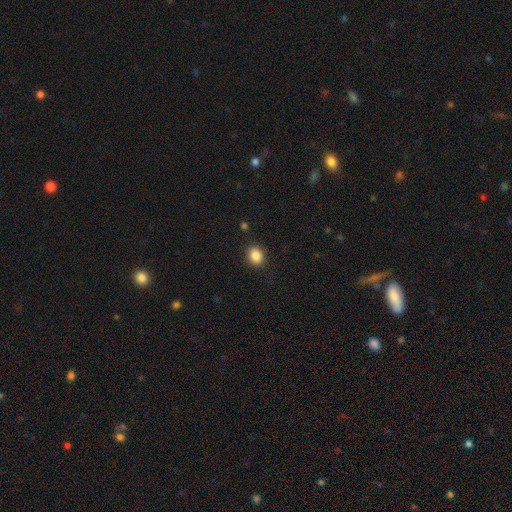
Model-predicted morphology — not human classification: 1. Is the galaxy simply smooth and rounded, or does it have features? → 86% smooth, 10% star or artifact, 4% featured or disk.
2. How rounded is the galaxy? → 61% round, 38% in between, 1% cigar-shaped.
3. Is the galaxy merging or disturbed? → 90% none, 7% minor disturbance, 2% major disturbance, 1% merger.